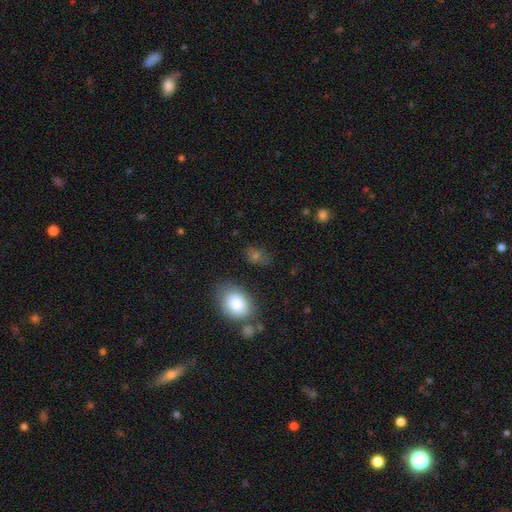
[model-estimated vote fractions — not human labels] A smooth galaxy with no disk features (69%) that is in between round and cigar-shaped (68%). Merging: none (66%).